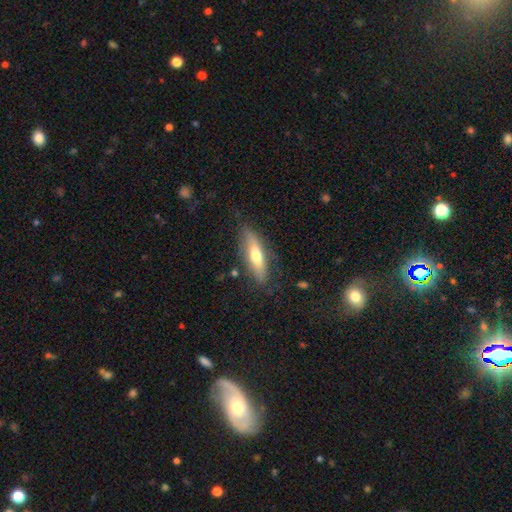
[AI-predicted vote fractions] Smooth or featured: smooth — 54% (featured or disk — 39%)
How rounded: cigar-shaped — 57% (in between — 40%)
Merging: none — 78% (minor disturbance — 16%)